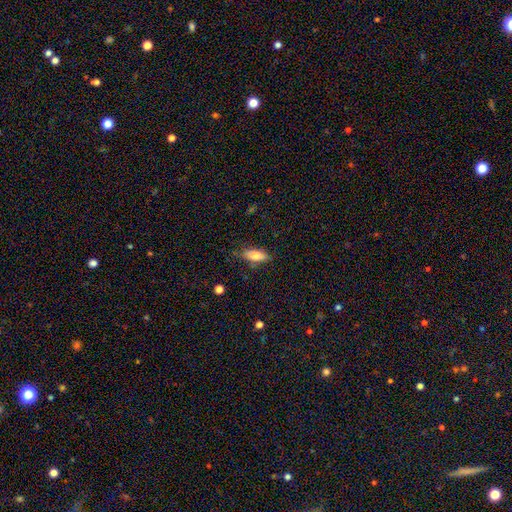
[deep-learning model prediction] smooth_or_featured: smooth (p=0.76) [alt: featured or disk p=0.17]
how_rounded: in between (p=0.75) [alt: cigar-shaped p=0.22]
merging: none (p=0.77) [alt: minor disturbance p=0.17]